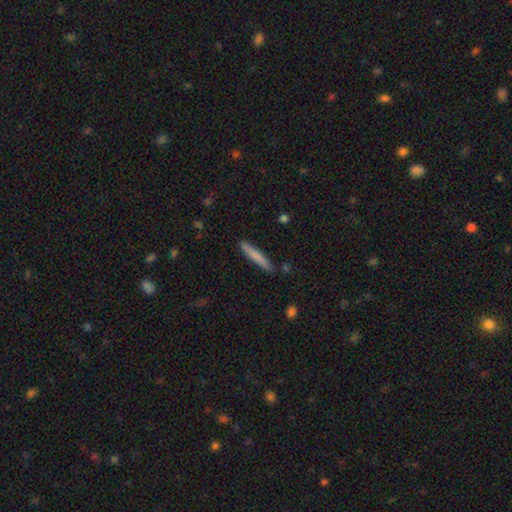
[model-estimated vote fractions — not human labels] smooth_or_featured: smooth (p=0.73) [alt: featured or disk p=0.21]
how_rounded: cigar-shaped (p=0.95) [alt: in between p=0.03]
merging: none (p=0.87) [alt: minor disturbance p=0.09]